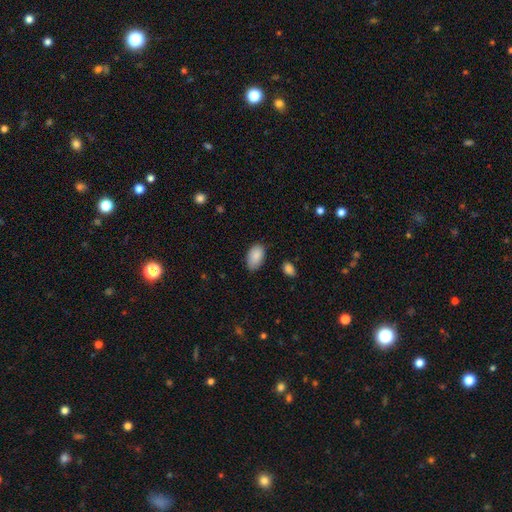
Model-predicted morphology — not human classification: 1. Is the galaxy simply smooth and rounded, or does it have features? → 88% smooth, 7% star or artifact, 5% featured or disk.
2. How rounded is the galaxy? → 94% in between, 5% round, 1% cigar-shaped.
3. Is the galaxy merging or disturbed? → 76% none, 19% minor disturbance, 3% major disturbance, 2% merger.